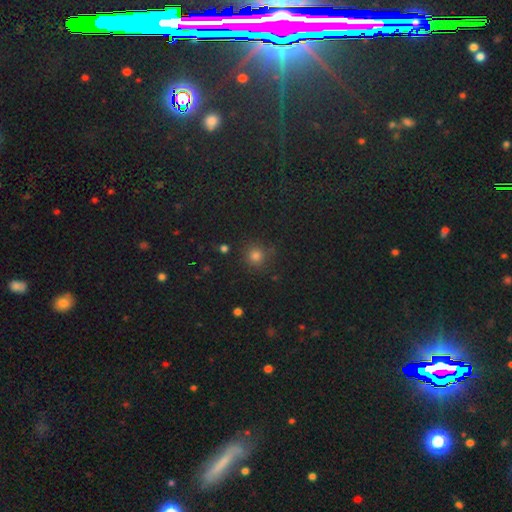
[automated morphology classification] A smooth galaxy with no disk features (74%) that is round (93%).

Vote fractions:
- Smooth or featured? smooth: 74% / star or artifact: 21% / featured or disk: 5%
- How rounded? round: 93% / in between: 6% / cigar-shaped: 1%
- Merging? none: 85% / minor disturbance: 9% / major disturbance: 3% / merger: 3%